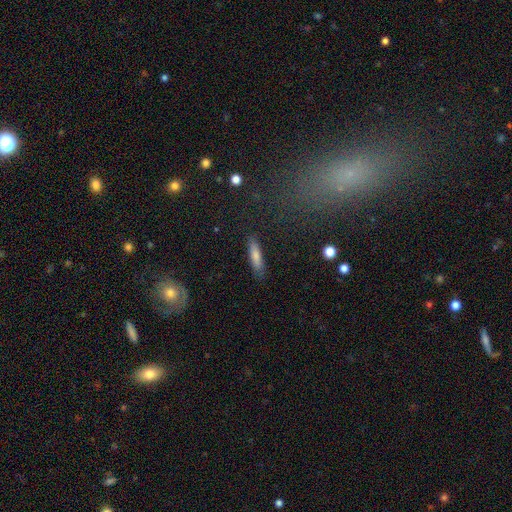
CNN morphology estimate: The model was most divided on "how rounded": cigar-shaped: 72%, in between: 27%, round: 2%. More confident: merging — none (84%); smooth or featured — smooth (77%).